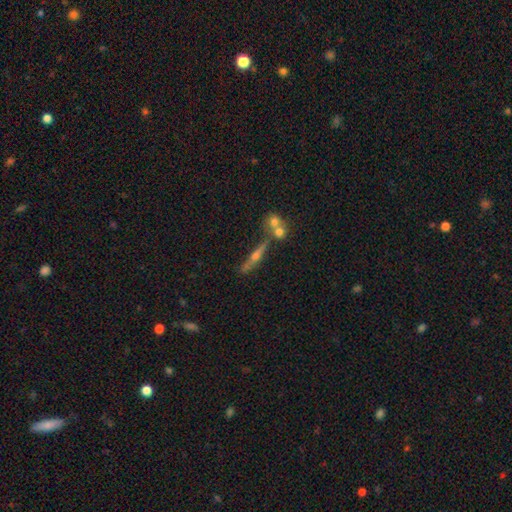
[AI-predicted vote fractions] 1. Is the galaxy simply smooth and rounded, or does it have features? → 67% featured or disk, 23% smooth, 10% star or artifact.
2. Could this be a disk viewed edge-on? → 94% yes, 6% no.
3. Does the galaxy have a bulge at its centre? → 91% rounded, 5% none, 4% boxy.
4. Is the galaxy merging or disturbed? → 65% none, 21% merger, 10% minor disturbance, 4% major disturbance.